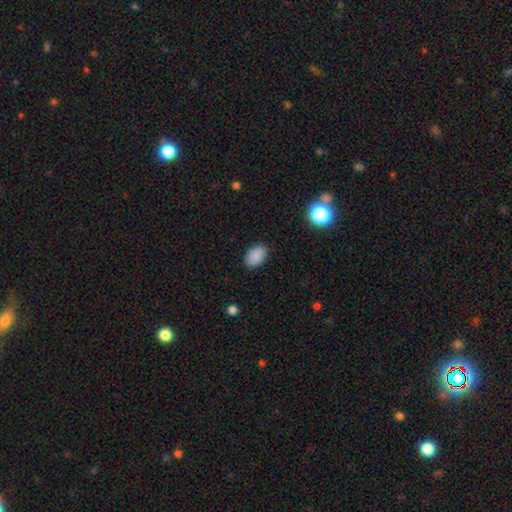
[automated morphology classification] type=smooth (88%); roundness=in between (86%); merging=none (86%).